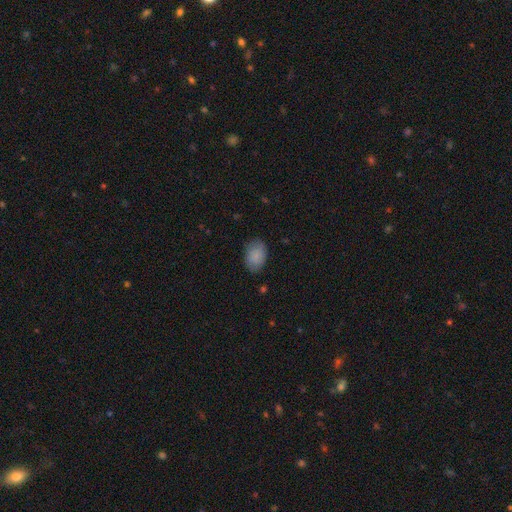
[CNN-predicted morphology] smooth_or_featured: smooth (p=0.84) [alt: featured or disk p=0.09]
how_rounded: in between (p=0.84) [alt: round p=0.15]
merging: none (p=0.80) [alt: minor disturbance p=0.16]